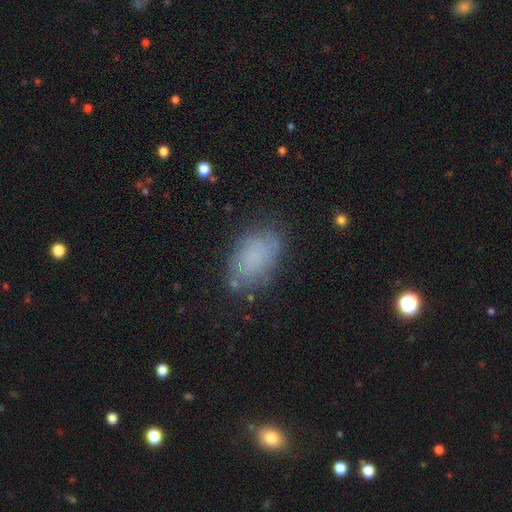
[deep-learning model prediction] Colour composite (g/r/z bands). It shows a smooth galaxy with no disk features (78%) that is in between round and cigar-shaped (91%). Merging: none (74%).